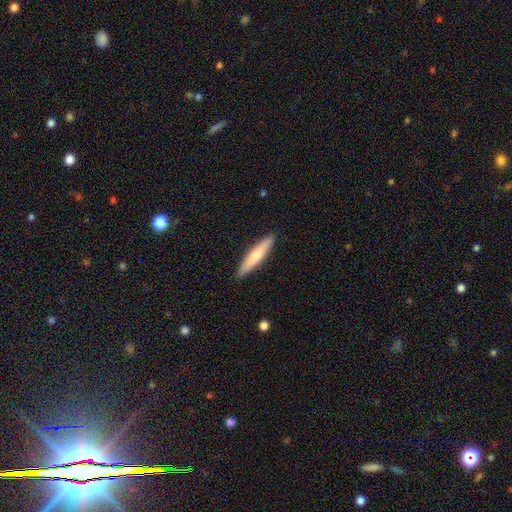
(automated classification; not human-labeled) Smooth or featured? Predicted: smooth (p=0.65). How rounded? Predicted: cigar-shaped (p=0.88). Merging? Predicted: none (p=0.90).